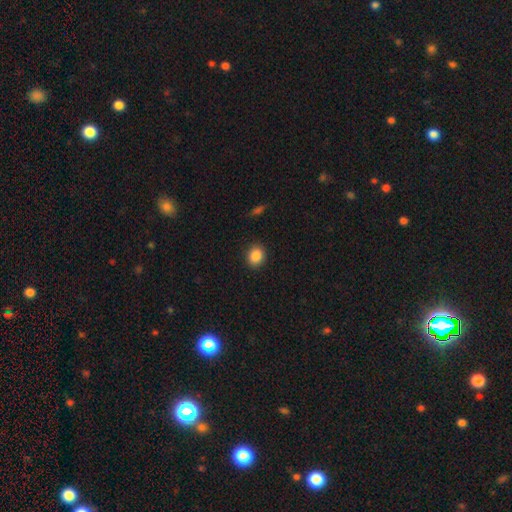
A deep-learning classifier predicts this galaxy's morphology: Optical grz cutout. It shows a smooth galaxy with no disk features (87%) that is round (62%). Merging: none (90%).